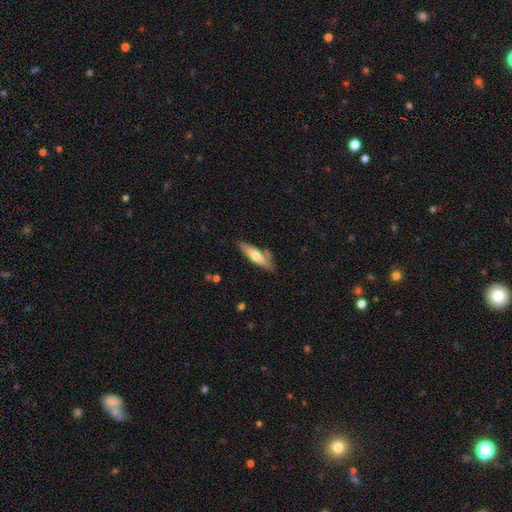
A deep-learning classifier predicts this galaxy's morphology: This is possibly a smooth galaxy (57%). How rounded: likely cigar-shaped (62%). Merging: likely none (73%).